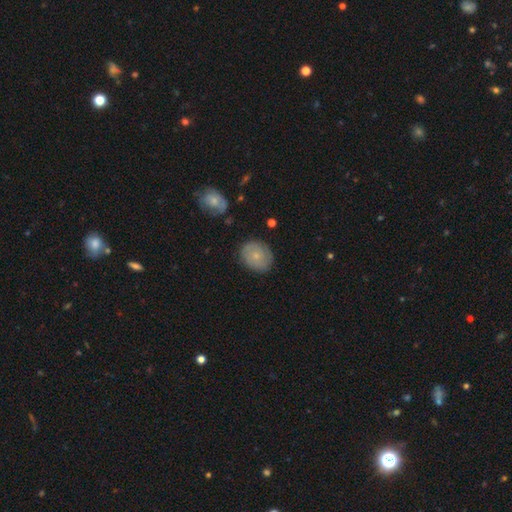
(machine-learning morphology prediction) smooth-or-featured: smooth: 56% | featured or disk: 37% | star or artifact: 7%
  how-rounded: round: 63% | in between: 36% | cigar-shaped: 1%
  merging: none: 81% | minor disturbance: 14% | major disturbance: 3% | merger: 2%